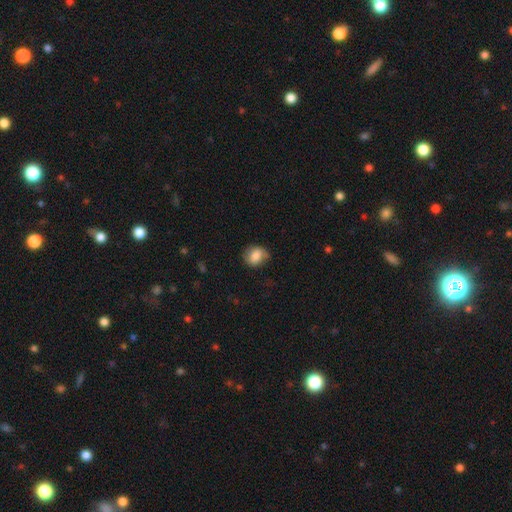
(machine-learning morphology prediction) smooth-or-featured: smooth: 73% | featured or disk: 19% | star or artifact: 8%
  how-rounded: round: 57% | in between: 41% | cigar-shaped: 1%
  merging: none: 64% | minor disturbance: 27% | major disturbance: 8% | merger: 2%